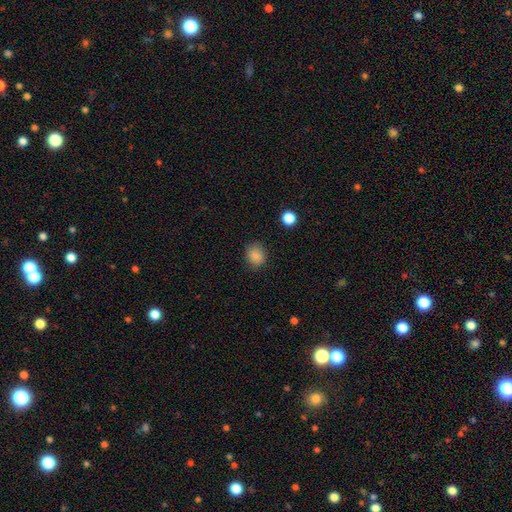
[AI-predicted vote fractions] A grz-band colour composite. It shows a smooth galaxy with no disk features (86%) that is round (69%). Merging: none (84%).